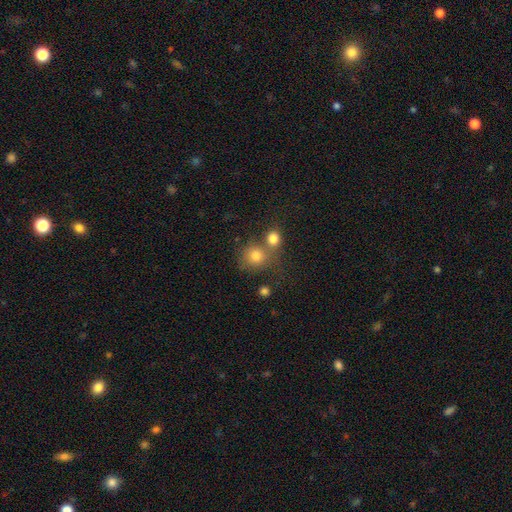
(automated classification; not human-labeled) A smooth galaxy with no disk features (79%) that is round (85%). Merging: none (49%).